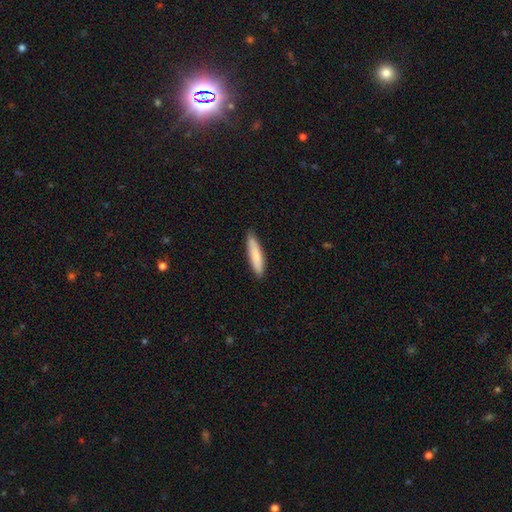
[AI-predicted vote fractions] Smooth or featured? smooth (81%)
How rounded? cigar-shaped (84%)
Merging? none (87%)